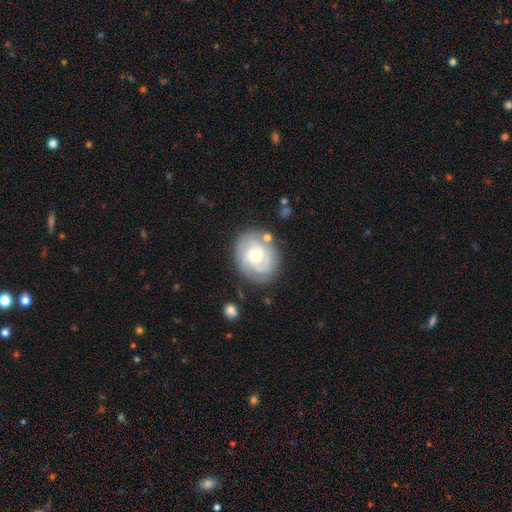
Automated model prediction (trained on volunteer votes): Overall: featured or disk (76%). Edge-on disk: no (97%). Bar: no (58%; weak 36%). Spiral arms: yes (92%). Spiral arm count: 2 (29%; 3 28%). Spiral winding: tight (58%; medium 33%). Bulge size: small (47%, tied with moderate). Merging: none (72%).